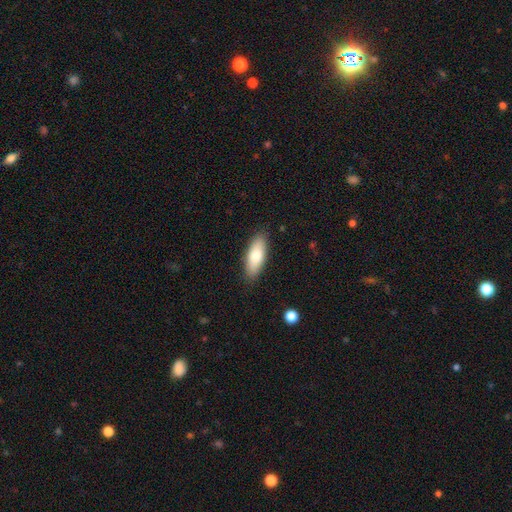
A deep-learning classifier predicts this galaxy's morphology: A smooth galaxy with no disk features (78%) that is in between round and cigar-shaped (69%).

Vote fractions:
- Smooth or featured? smooth: 78% / featured or disk: 16% / star or artifact: 6%
- How rounded? in between: 69% / cigar-shaped: 29% / round: 2%
- Merging? none: 87% / minor disturbance: 10% / major disturbance: 2% / merger: 1%